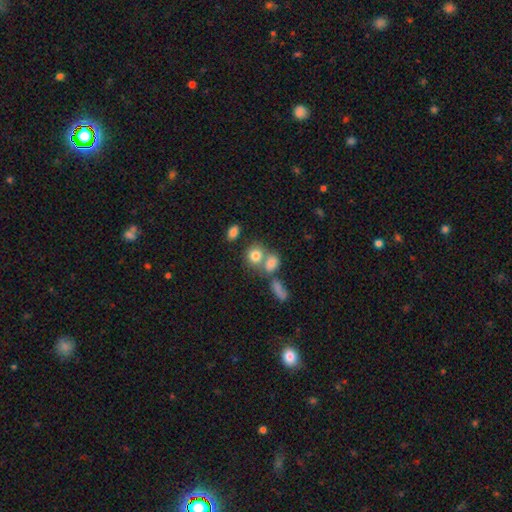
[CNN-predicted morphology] smooth 78%, featured or disk 11%, star or artifact 11%. Down the decision tree: how rounded — round (63%); merging — none (44%).